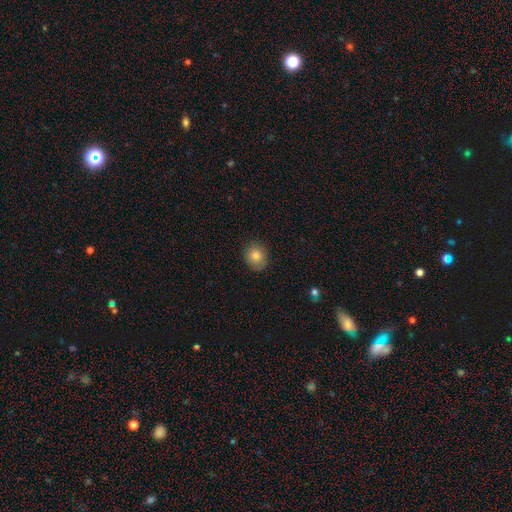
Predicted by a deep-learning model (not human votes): A smooth galaxy with no disk features (82%) that is round (72%). Merging: none (85%).